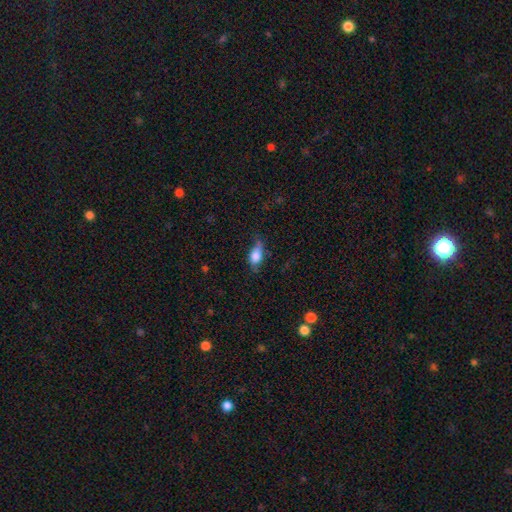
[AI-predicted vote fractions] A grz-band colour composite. It shows a smooth galaxy with no disk features (73%) that is in between round and cigar-shaped (80%). Merging: none (45%).